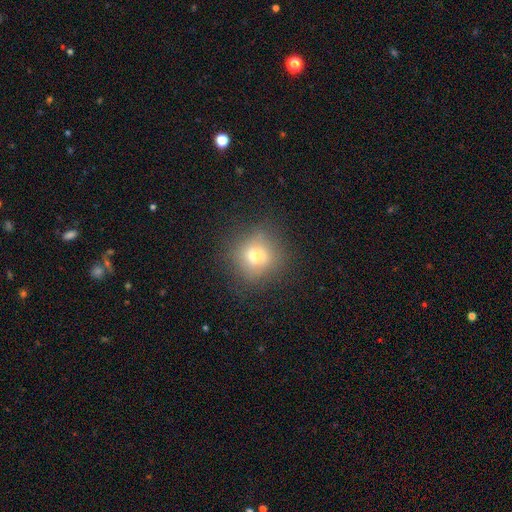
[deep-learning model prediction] A smooth galaxy with no disk features (69%) that is round (83%). Merging: none (76%).